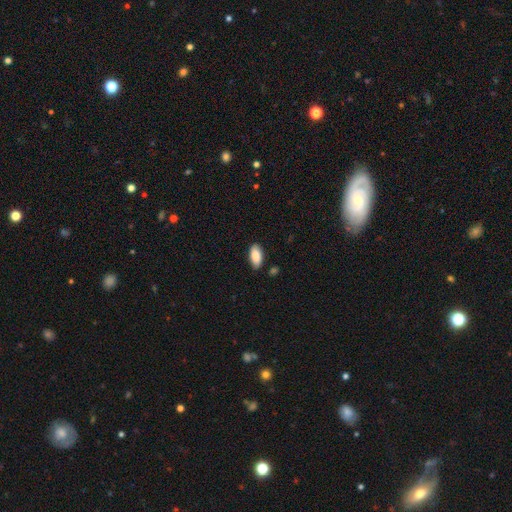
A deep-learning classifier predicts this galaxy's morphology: Overall: smooth (87%). How rounded: in between (93%). Merging: none (85%).